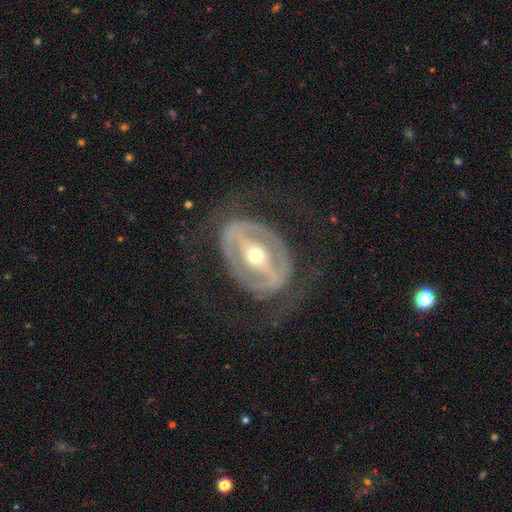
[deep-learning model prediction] smooth-or-featured: featured or disk: 83% | smooth: 12% | star or artifact: 6%
  disk-edge-on: no: 92% | yes: 8%
    bar: strong: 70% | weak: 19% | no: 11%
    has-spiral-arms: no: 61% | yes: 39%
    bulge-size: moderate: 55% | small: 40% | large: 3% | dominant: 1% | none: 1%
  merging: none: 67% | major disturbance: 19% | minor disturbance: 13% | merger: 1%